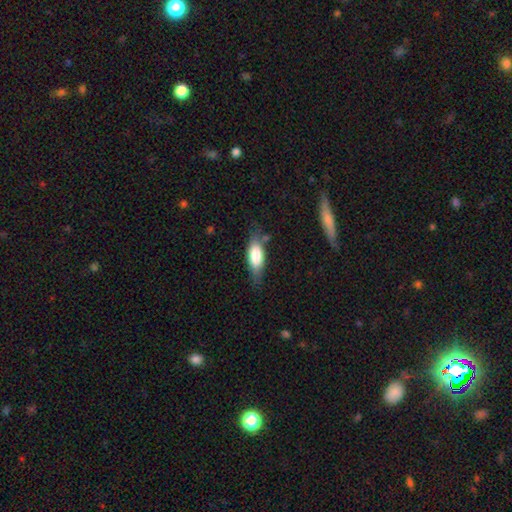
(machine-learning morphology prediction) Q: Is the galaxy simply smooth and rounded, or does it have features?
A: smooth — 73%.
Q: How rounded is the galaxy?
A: in between — 71%.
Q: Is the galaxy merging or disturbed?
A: none — 67%.